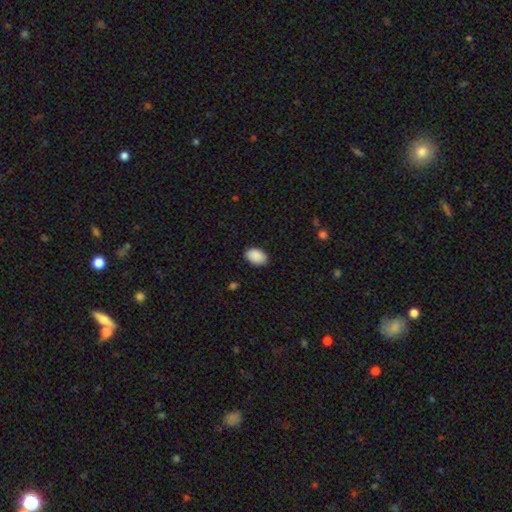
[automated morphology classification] smooth-or-featured: smooth: 91% | star or artifact: 7% | featured or disk: 3%
  how-rounded: in between: 91% | round: 8% | cigar-shaped: 1%
  merging: none: 87% | minor disturbance: 10% | major disturbance: 2% | merger: 1%